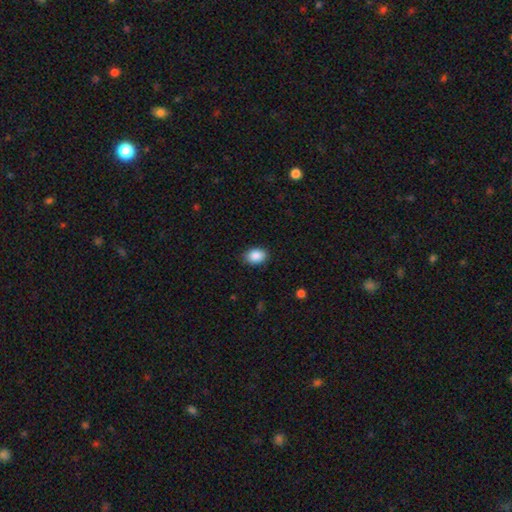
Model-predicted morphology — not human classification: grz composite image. It shows a smooth galaxy with no disk features (89%) that is in between round and cigar-shaped (76%). Merging: none (86%).